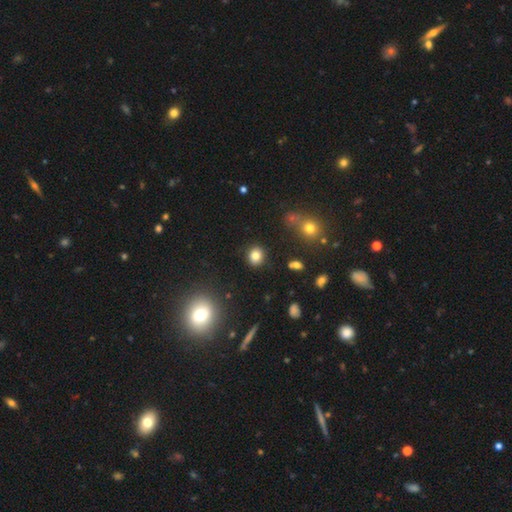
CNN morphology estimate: This is clearly a smooth galaxy (81%). How rounded: likely round (76%). Merging: clearly none (88%).